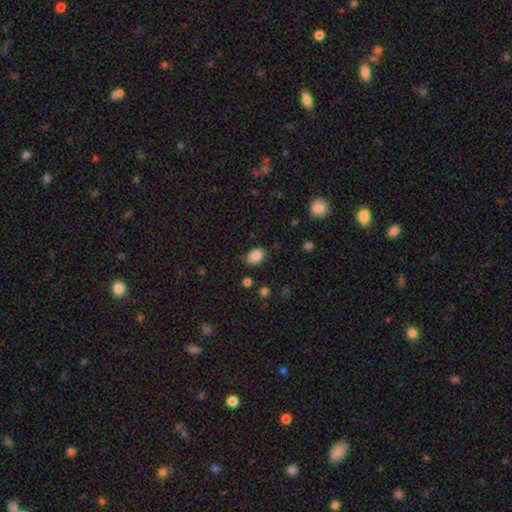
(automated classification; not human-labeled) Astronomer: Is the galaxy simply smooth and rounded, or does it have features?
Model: smooth — 86%.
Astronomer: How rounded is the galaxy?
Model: in between — 76%.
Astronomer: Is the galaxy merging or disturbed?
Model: none — 70%.